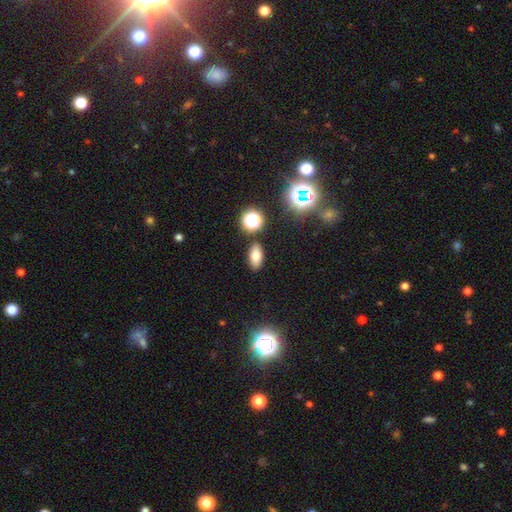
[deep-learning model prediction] Smooth or featured?
  - smooth: 72% *
  - star or artifact: 16%
  - featured or disk: 12%
How rounded?
  - in between: 85% *
  - round: 9%
  - cigar-shaped: 6%
Merging?
  - none: 86% *
  - minor disturbance: 8%
  - merger: 3%
  - major disturbance: 2%